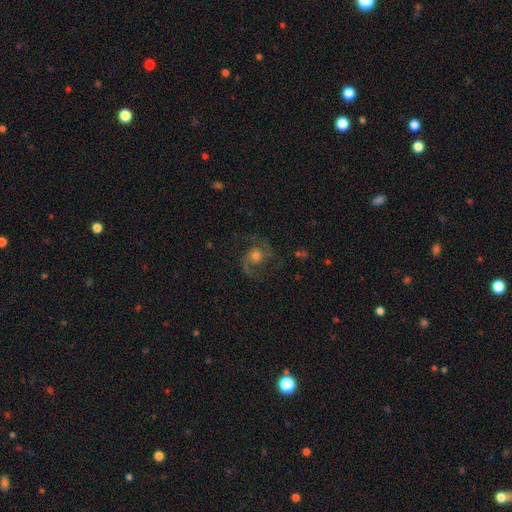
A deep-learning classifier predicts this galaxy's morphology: featured or disk 81%, smooth 10%, star or artifact 9%. Down the decision tree: edge-on disk — no (98%); bar — no (67%); spiral arms — yes (96%); spiral arm count — 2 (87%); spiral winding — medium (55%); bulge size — moderate (59%); merging — none (71%).